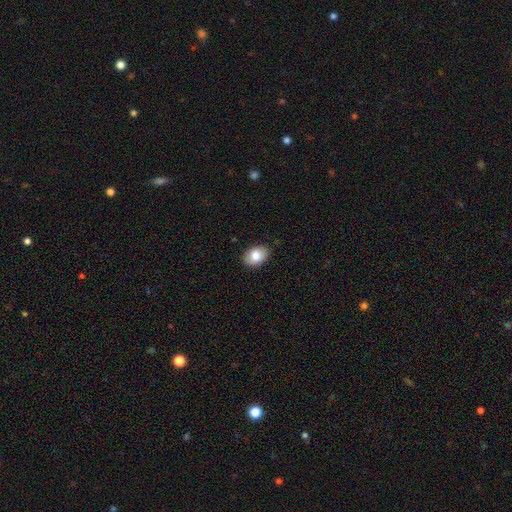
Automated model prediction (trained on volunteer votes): Smooth or featured?
  - smooth: 82% *
  - featured or disk: 11%
  - star or artifact: 8%
How rounded?
  - in between: 79% *
  - round: 20%
  - cigar-shaped: 1%
Merging?
  - none: 86% *
  - minor disturbance: 11%
  - major disturbance: 2%
  - merger: 1%